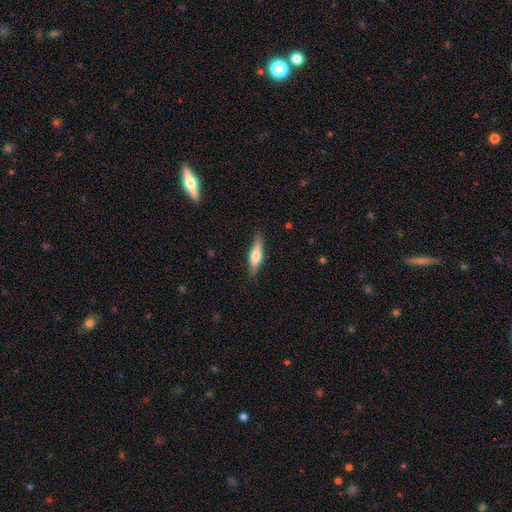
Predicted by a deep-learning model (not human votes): Q: Smooth or featured?
A: smooth (61%); runner-up: featured or disk (33%)
Q: How rounded?
A: cigar-shaped (67%); runner-up: in between (31%)
Q: Merging?
A: none (85%); runner-up: minor disturbance (12%)